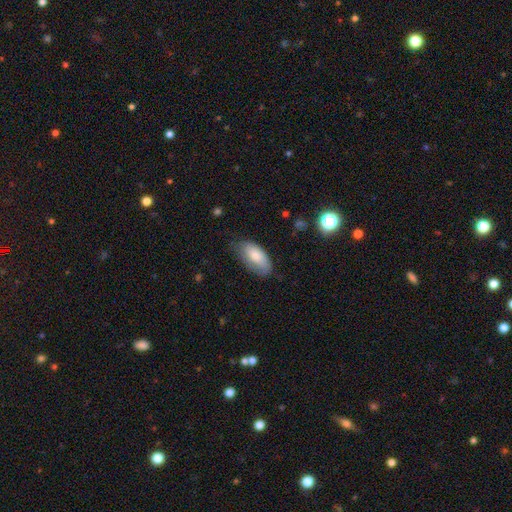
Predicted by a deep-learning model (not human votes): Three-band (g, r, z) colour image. It shows a smooth galaxy with no disk features (80%) that is in between round and cigar-shaped (92%). Merging: none (57%).